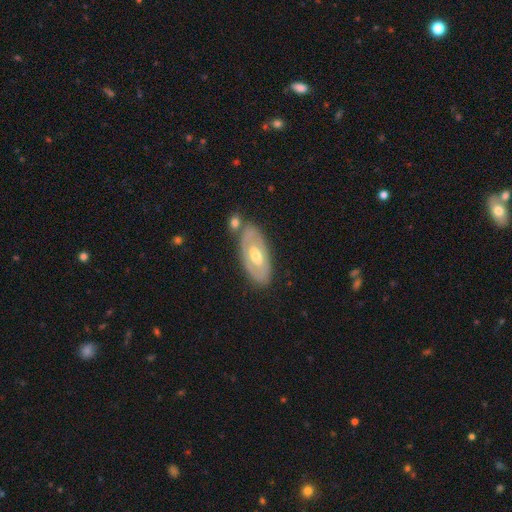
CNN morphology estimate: smooth-or-featured: featured or disk: 62% | smooth: 33% | star or artifact: 5%
  disk-edge-on: no: 86% | yes: 14%
    bar: no: 60% | weak: 29% | strong: 11%
    has-spiral-arms: no: 68% | yes: 32%
    bulge-size: moderate: 72% | small: 16% | large: 9% | none: 1% | dominant: 1%
  merging: none: 71% | minor disturbance: 15% | merger: 9% | major disturbance: 5%